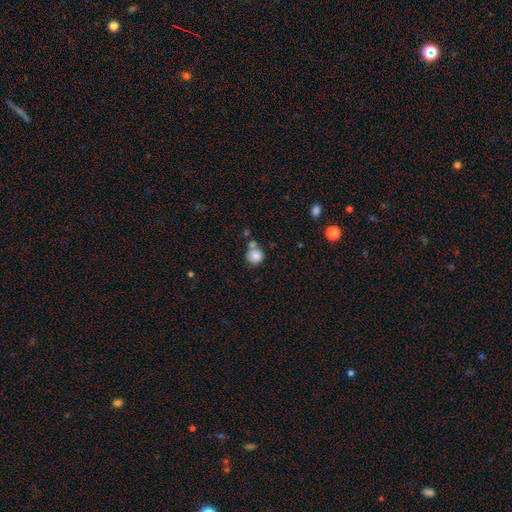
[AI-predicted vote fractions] Overall: smooth (81%). How rounded: round (87%). Merging: none (49%; merger 30%).